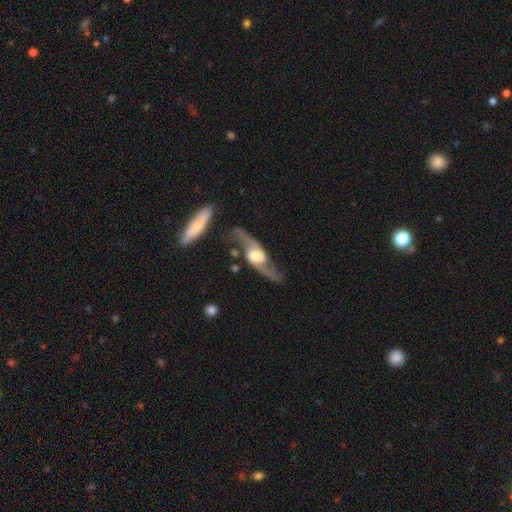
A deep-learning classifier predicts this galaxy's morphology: This is clearly a featured or disk galaxy (86%). It is clearly not viewed edge-on (82%). Bar: marginally weak (43%). Spiral arm pattern: clearly yes (94%). Spiral arm count: clearly 2 (93%). Spiral winding: likely loose (73%). Central bulge: marginally large (39%). Merging: likely none (67%).